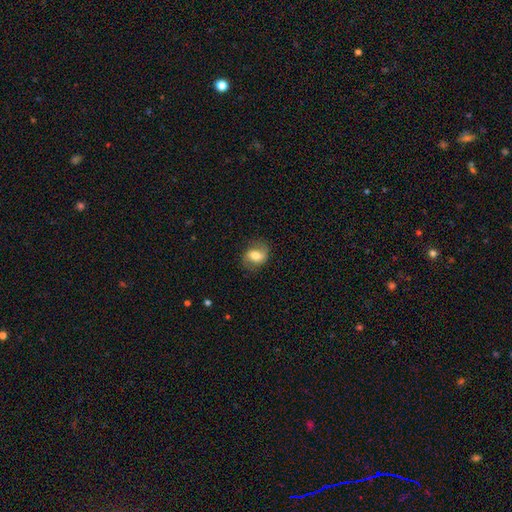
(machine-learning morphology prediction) Smooth or featured? Predicted: smooth (p=0.56). How rounded? Predicted: in between (p=0.61). Merging? Predicted: none (p=0.76).